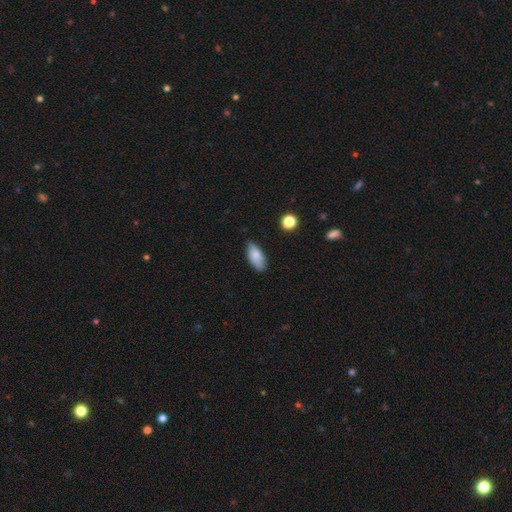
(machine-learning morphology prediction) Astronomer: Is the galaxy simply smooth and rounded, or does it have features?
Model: smooth — 81%.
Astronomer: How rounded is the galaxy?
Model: in between — 88%.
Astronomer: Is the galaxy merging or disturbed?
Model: none — 73%.